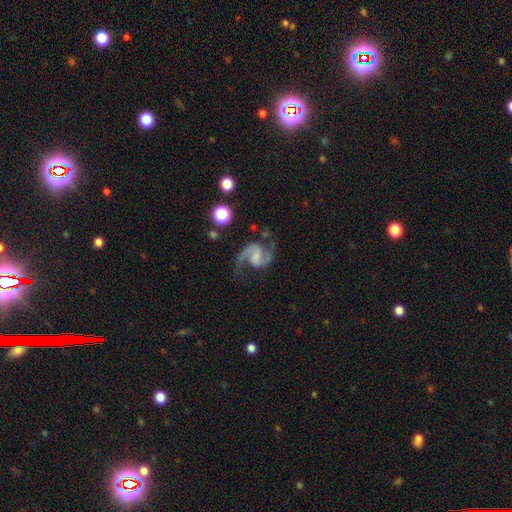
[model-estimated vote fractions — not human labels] smooth_or_featured: featured or disk (p=0.91) [alt: star or artifact p=0.05]
disk_edge_on: no (p=0.98) [alt: yes p=0.02]
bar: weak (p=0.47) [alt: no p=0.35]
has_spiral_arms: yes (p=0.98) [alt: no p=0.02]
spiral_winding: medium (p=0.55) [alt: loose p=0.35]
spiral_arm_count: 2 (p=0.94) [alt: 1 p=0.02]
bulge_size: none (p=0.45) [alt: small p=0.23]
merging: none (p=0.76) [alt: minor disturbance p=0.14]